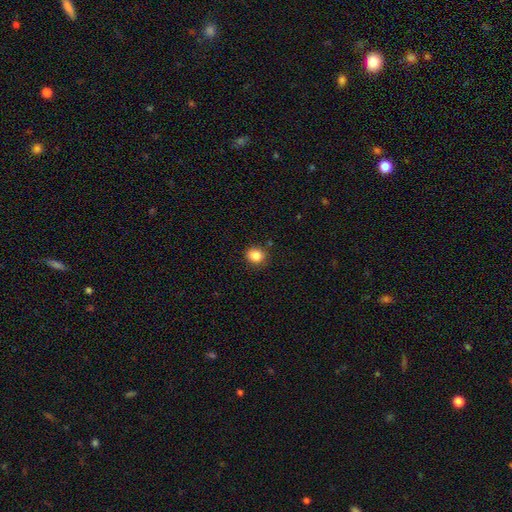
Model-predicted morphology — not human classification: A smooth galaxy with no disk features (85%) that is round (74%).

Vote fractions:
- Smooth or featured? smooth: 85% / star or artifact: 10% / featured or disk: 5%
- How rounded? round: 74% / in between: 25% / cigar-shaped: 1%
- Merging? none: 86% / minor disturbance: 10% / major disturbance: 2% / merger: 2%